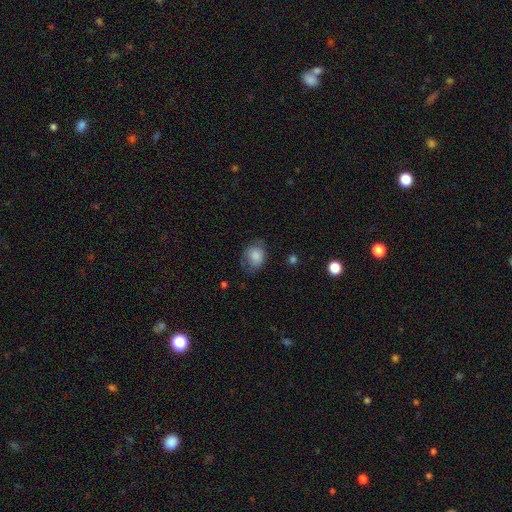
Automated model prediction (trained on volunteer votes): A smooth galaxy with no disk features (78%) that is in between round and cigar-shaped (54%). Merging: none (58%).